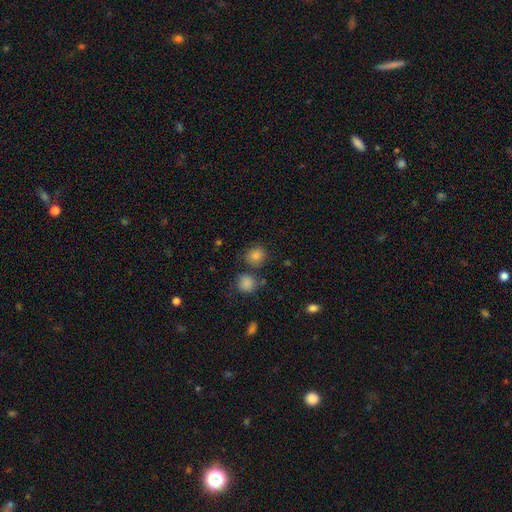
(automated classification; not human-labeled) A smooth galaxy with no disk features (79%) that is round (84%). Merging: none (73%).